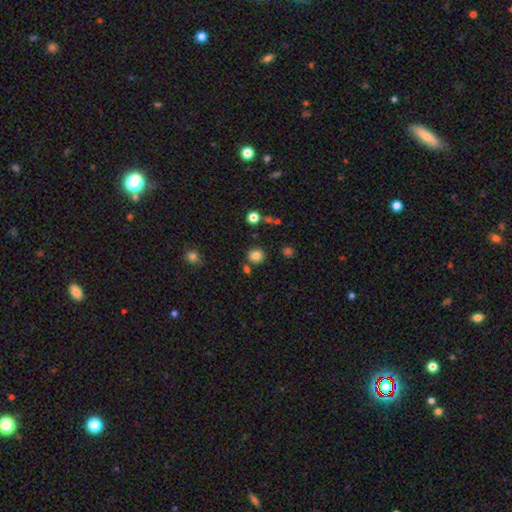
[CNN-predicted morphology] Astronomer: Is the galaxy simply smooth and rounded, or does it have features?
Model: smooth — 82%.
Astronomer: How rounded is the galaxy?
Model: round — 89%.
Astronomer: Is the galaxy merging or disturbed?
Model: none — 83%.